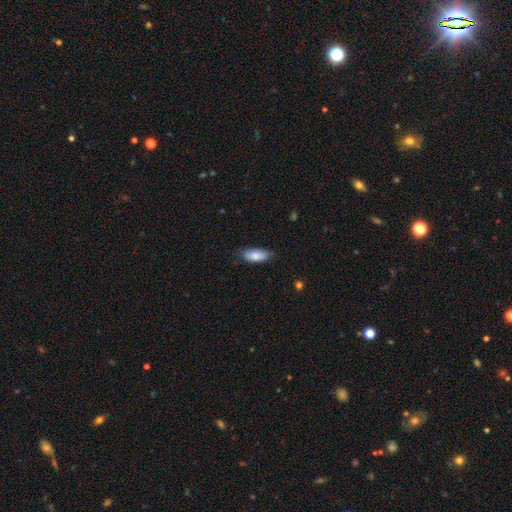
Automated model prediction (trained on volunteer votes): This appears to be a smooth galaxy with no disk features (83%) that is in between round and cigar-shaped (83%). Merging: none (74%).